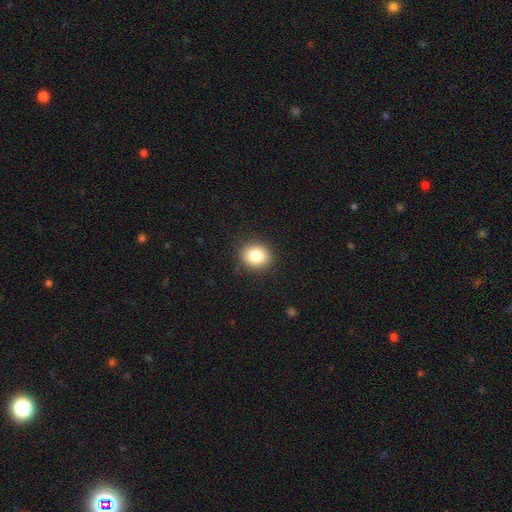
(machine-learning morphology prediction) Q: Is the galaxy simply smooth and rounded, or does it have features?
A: smooth — 82%.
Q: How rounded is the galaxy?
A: round — 76%.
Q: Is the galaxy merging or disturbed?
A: none — 90%.